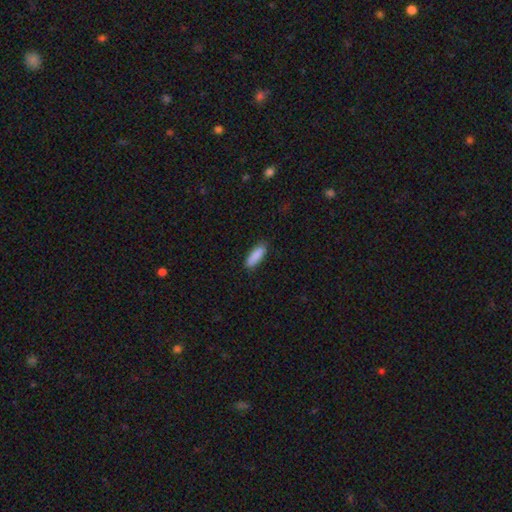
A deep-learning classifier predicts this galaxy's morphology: A smooth galaxy with no disk features (89%) that is in between round and cigar-shaped (52%). Merging: none (86%).